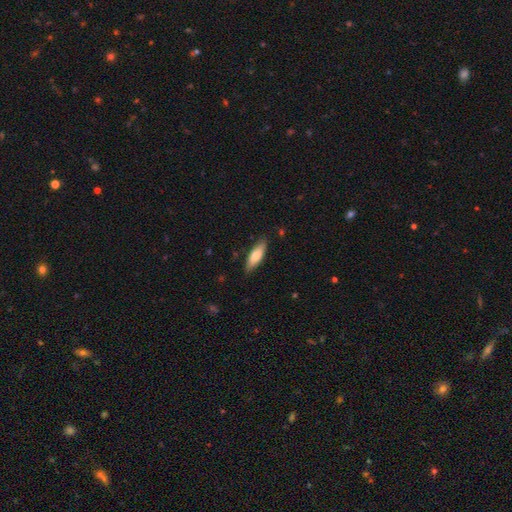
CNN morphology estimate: A smooth galaxy with no disk features (75%) that is in between round and cigar-shaped (56%). Merging: none (84%).